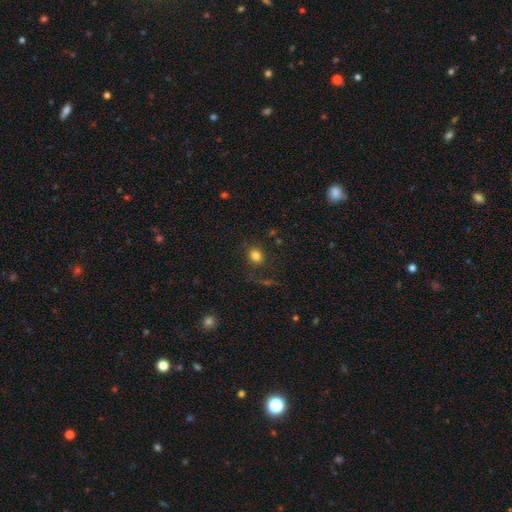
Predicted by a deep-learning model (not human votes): This appears to be a smooth galaxy with no disk features (81%) that is round (67%). Merging: none (78%).